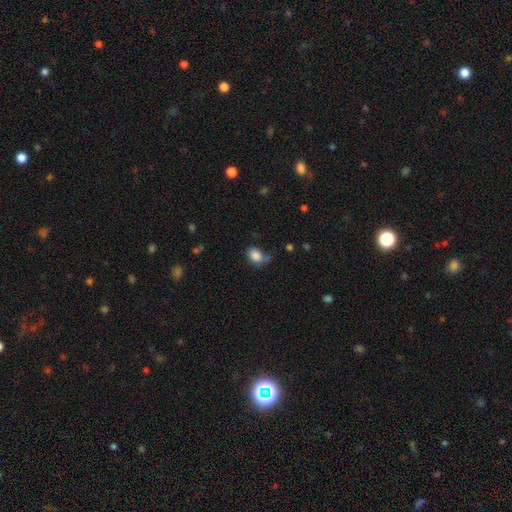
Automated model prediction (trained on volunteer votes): Smooth or featured: smooth — 85% (star or artifact — 9%)
How rounded: in between — 61% (round — 38%)
Merging: none — 58% (minor disturbance — 28%)